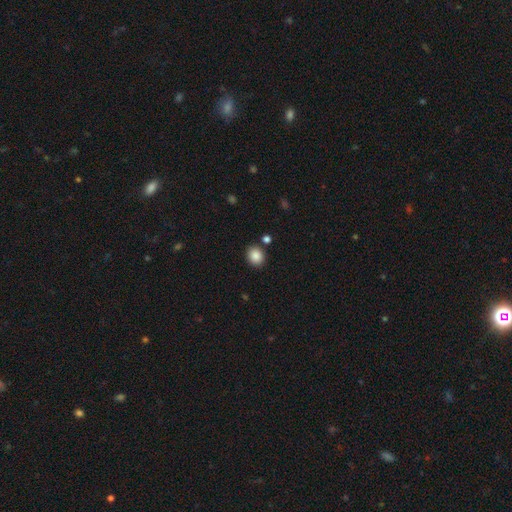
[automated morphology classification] This appears to be a smooth galaxy with no disk features (87%) that is round (69%). Merging: none (84%).